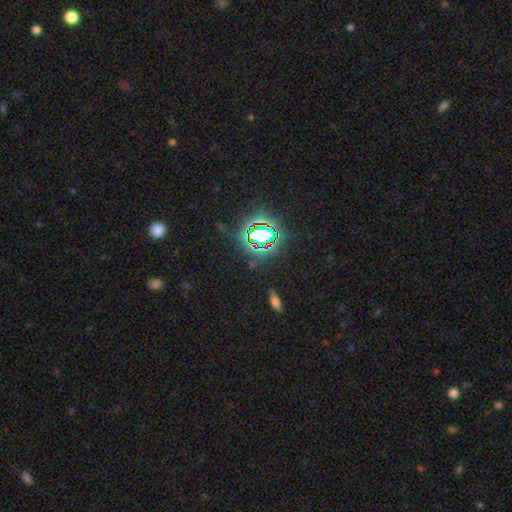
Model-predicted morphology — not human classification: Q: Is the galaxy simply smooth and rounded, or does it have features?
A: star or artifact — 79%.